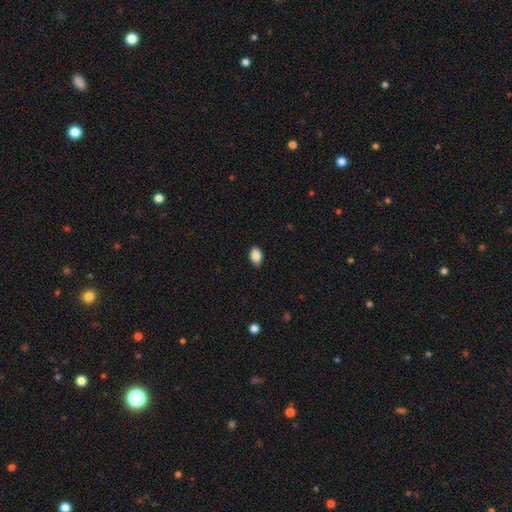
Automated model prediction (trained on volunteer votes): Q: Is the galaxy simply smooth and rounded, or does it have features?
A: smooth — 88%.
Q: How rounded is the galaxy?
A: in between — 85%.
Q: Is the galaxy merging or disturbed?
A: none — 77%.